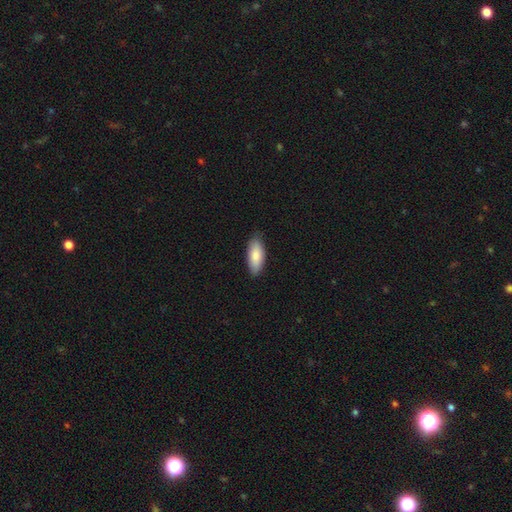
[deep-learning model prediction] smooth_or_featured: smooth (p=0.86) [alt: featured or disk p=0.09]
how_rounded: in between (p=0.82) [alt: cigar-shaped p=0.17]
merging: none (p=0.84) [alt: minor disturbance p=0.13]